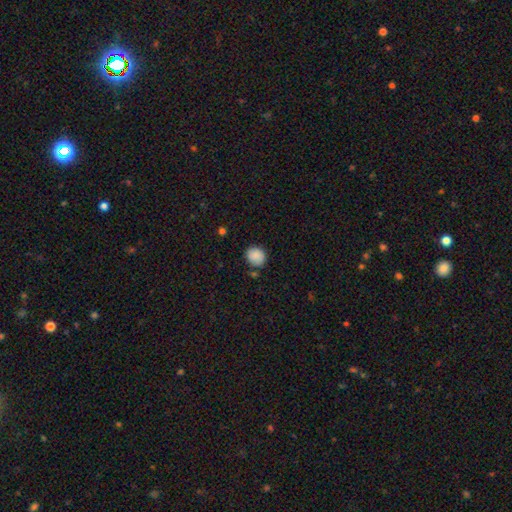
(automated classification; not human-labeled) The model was most divided on "how rounded": round: 68%, in between: 31%, cigar-shaped: 1%. More confident: smooth or featured — smooth (88%); merging — none (78%).